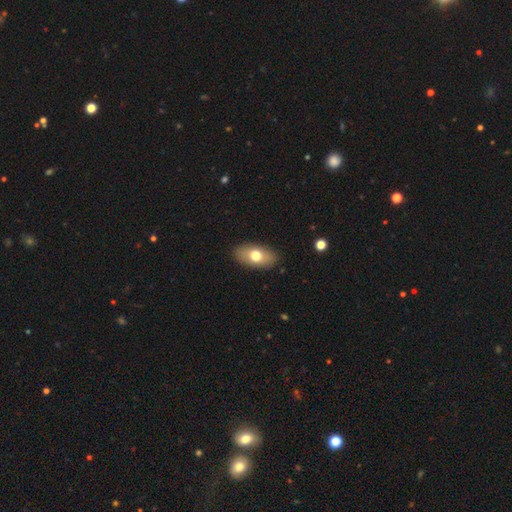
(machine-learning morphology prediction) smooth 70%, featured or disk 23%, star or artifact 7%. Down the decision tree: how rounded — in between (91%); merging — none (87%).